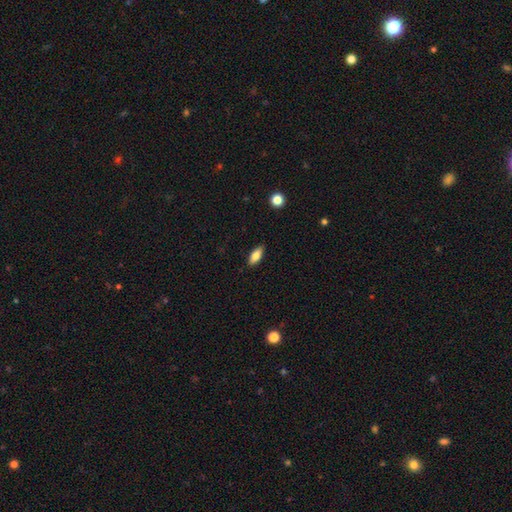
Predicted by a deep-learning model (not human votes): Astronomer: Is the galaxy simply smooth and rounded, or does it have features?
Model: smooth — 76%.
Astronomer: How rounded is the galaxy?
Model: in between — 78%.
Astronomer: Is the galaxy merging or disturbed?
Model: none — 87%.